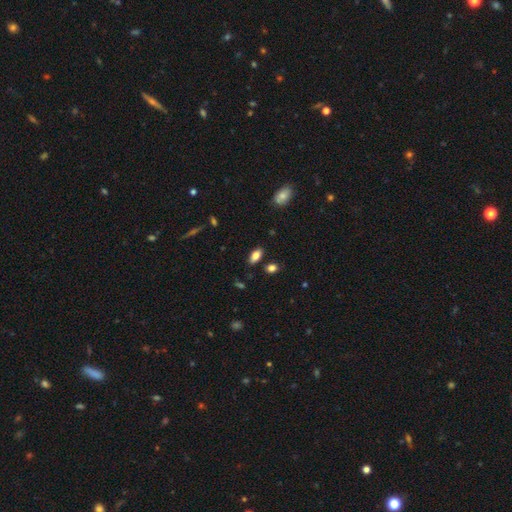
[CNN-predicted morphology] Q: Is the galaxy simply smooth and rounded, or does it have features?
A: smooth — 82%.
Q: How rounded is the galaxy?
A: in between — 90%.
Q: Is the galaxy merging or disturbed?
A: none — 85%.